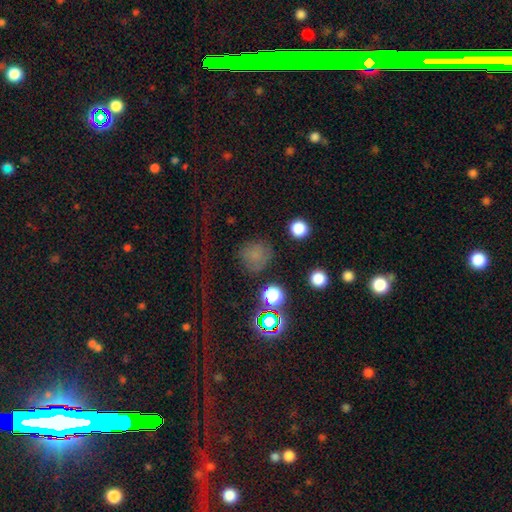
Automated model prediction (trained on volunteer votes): A smooth galaxy with no disk features (69%) that is round (89%).

Vote fractions:
- Smooth or featured? smooth: 69% / star or artifact: 23% / featured or disk: 9%
- How rounded? round: 89% / in between: 10% / cigar-shaped: 1%
- Merging? none: 76% / minor disturbance: 12% / major disturbance: 9% / merger: 3%